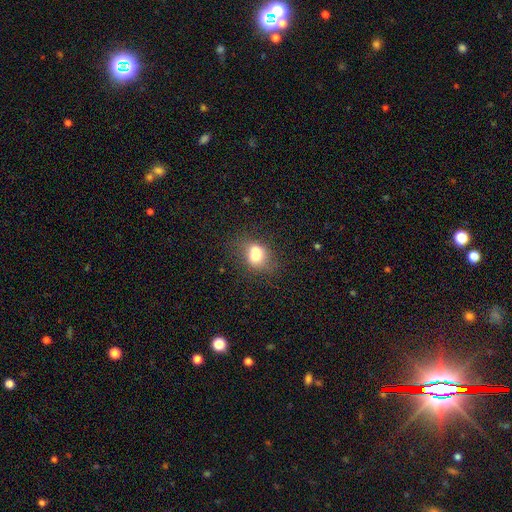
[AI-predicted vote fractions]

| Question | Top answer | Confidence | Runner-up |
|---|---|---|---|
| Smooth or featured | smooth | 71% | featured or disk (18%) |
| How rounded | round | 51% | in between (47%) |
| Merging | none | 40% | merger (37%) |